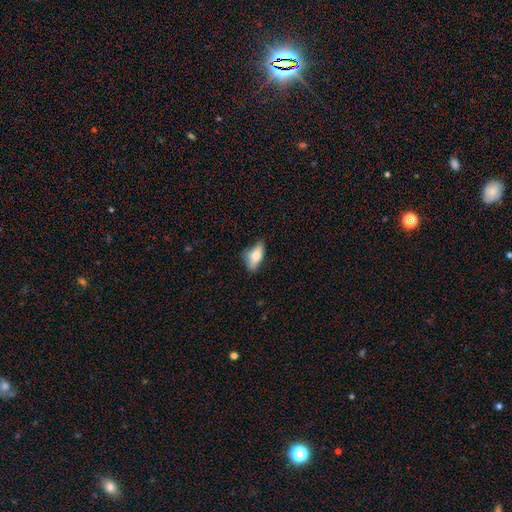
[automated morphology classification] Q: Smooth or featured?
A: smooth (70%); runner-up: featured or disk (23%)
Q: How rounded?
A: in between (81%); runner-up: cigar-shaped (15%)
Q: Merging?
A: none (61%); runner-up: minor disturbance (28%)